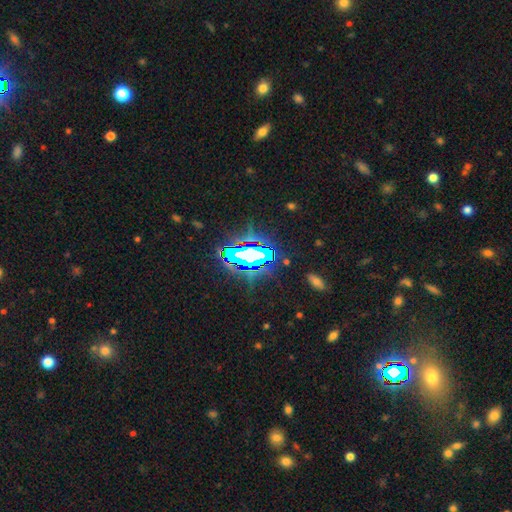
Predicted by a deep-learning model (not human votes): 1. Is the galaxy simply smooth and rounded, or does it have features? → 68% star or artifact, 16% featured or disk, 16% smooth.